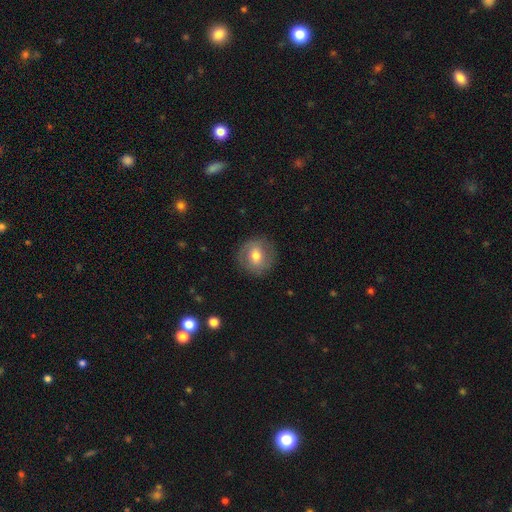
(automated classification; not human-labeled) This is possibly a smooth galaxy (58%). How rounded: clearly round (87%). Merging: clearly none (85%).